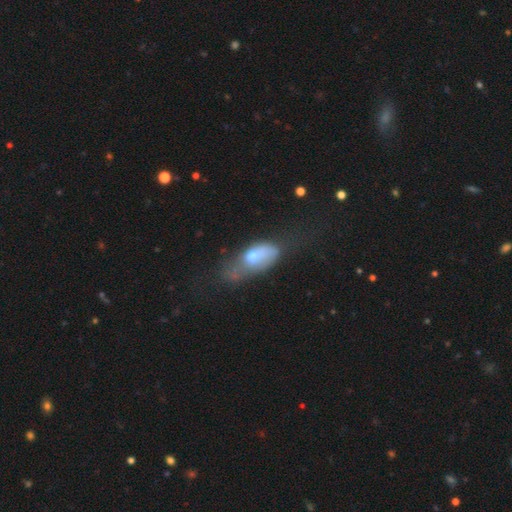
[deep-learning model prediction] Overall: smooth (61%; featured or disk 29%). How rounded: in between (86%). Merging: major disturbance (41%; minor disturbance 27%).